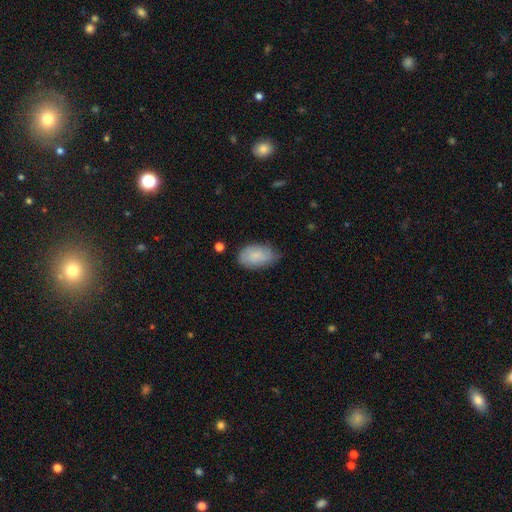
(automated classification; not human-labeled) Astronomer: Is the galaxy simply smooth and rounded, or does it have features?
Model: smooth — 77%.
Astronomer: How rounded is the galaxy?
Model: in between — 93%.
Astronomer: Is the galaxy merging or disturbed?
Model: none — 64%.